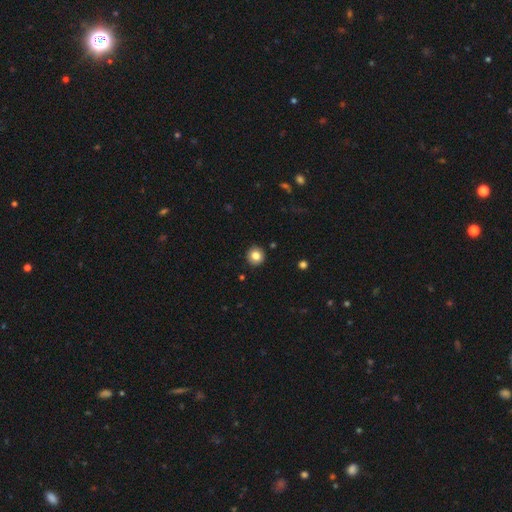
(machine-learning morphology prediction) Smooth or featured? smooth (82%)
How rounded? round (93%)
Merging? none (92%)